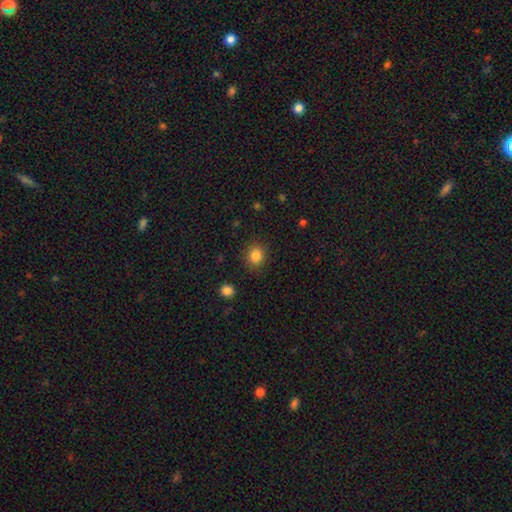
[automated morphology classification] The model was most divided on "how rounded": round: 79%, in between: 21%, cigar-shaped: 1%. More confident: merging — none (88%); smooth or featured — smooth (85%).